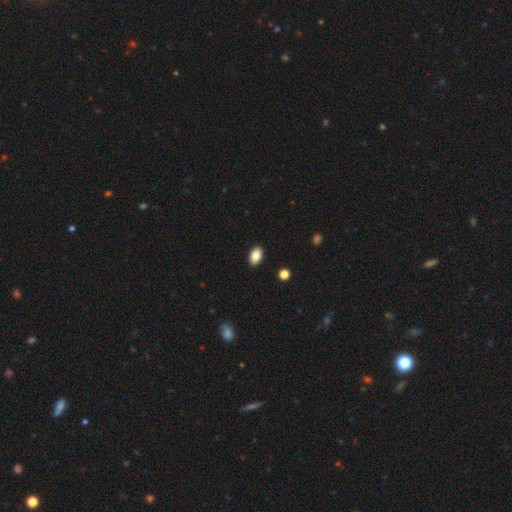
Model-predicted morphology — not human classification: This is clearly a smooth galaxy (85%). How rounded: clearly in between (91%). Merging: clearly none (90%).